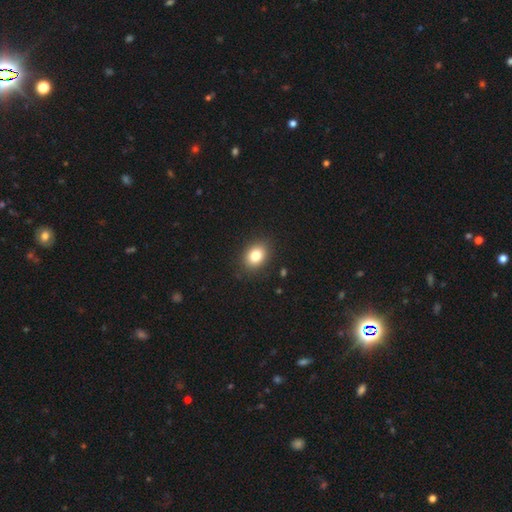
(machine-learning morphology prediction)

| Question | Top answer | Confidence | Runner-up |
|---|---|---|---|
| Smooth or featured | smooth | 81% | star or artifact (10%) |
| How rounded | in between | 62% | round (37%) |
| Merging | none | 88% | minor disturbance (9%) |